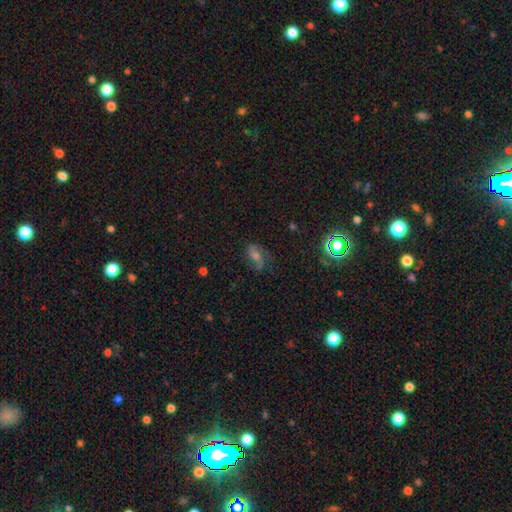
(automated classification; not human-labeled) A featured or disk galaxy (52%). Merging: none (68%).